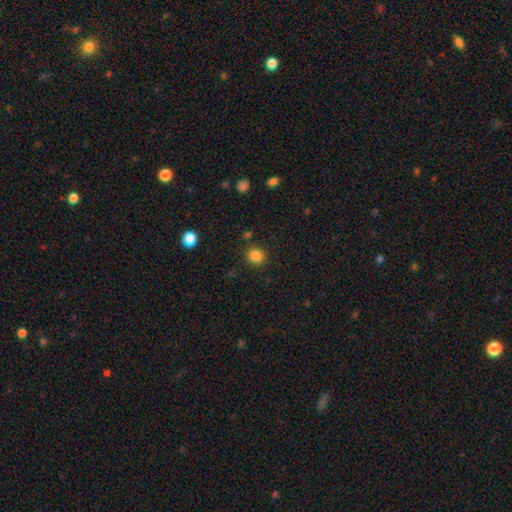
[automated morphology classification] The model was most divided on "how rounded": round: 86%, in between: 13%, cigar-shaped: 1%. More confident: merging — none (87%); smooth or featured — smooth (85%).